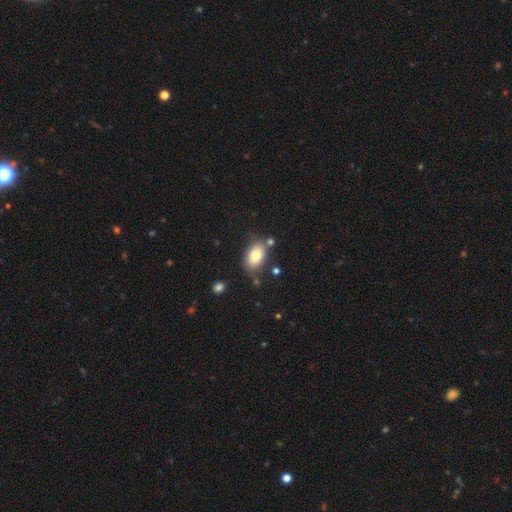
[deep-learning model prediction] This appears to be a smooth galaxy with no disk features (79%) that is in between round and cigar-shaped (88%). Merging: none (73%).